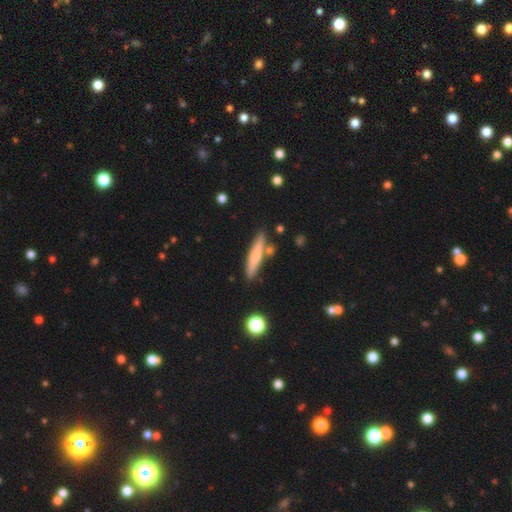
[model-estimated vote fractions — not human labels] Q: Smooth or featured?
A: smooth (65%); runner-up: featured or disk (28%)
Q: How rounded?
A: cigar-shaped (90%); runner-up: in between (8%)
Q: Merging?
A: none (79%); runner-up: minor disturbance (11%)